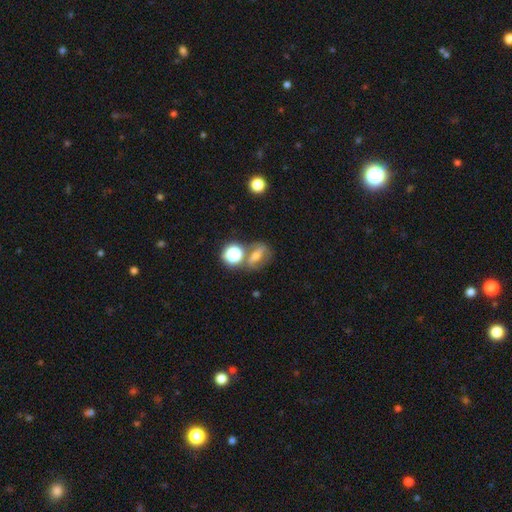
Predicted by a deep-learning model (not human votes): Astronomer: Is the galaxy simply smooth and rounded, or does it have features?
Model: smooth — 45% (runner-up: featured or disk, 35%).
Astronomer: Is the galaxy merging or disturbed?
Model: none — 51% (runner-up: merger, 27%).